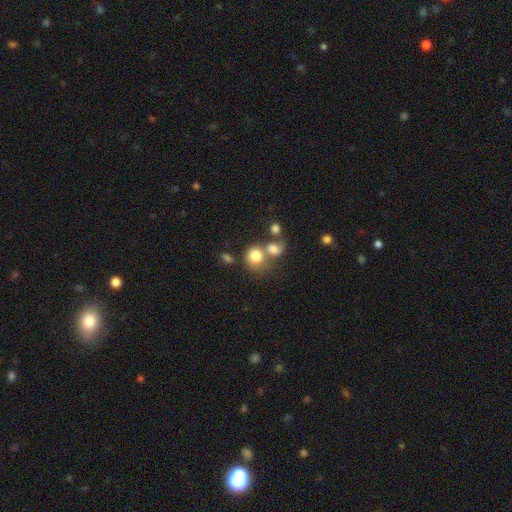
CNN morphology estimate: type=smooth (78%); roundness=round (72%); merging=merger (46%).